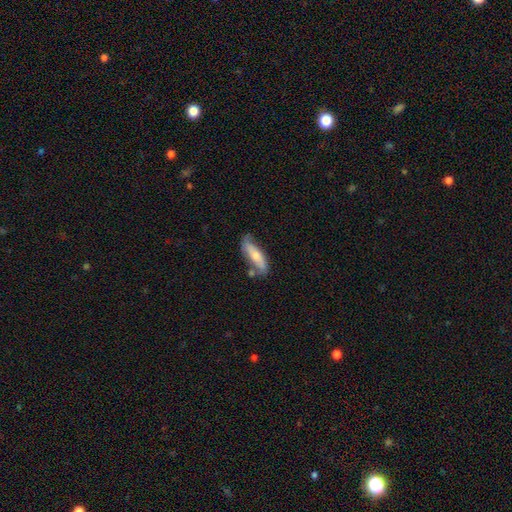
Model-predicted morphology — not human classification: Smooth or featured? Predicted: smooth (p=0.57). How rounded? Predicted: cigar-shaped (p=0.52). Merging? Predicted: none (p=0.56).